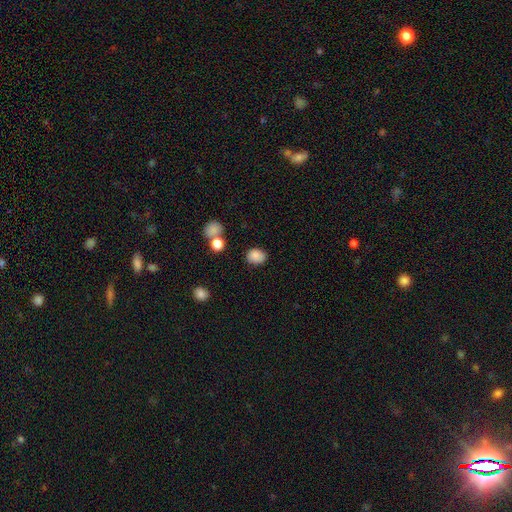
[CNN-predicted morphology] Smooth or featured? smooth (85%)
How rounded? round (50%)
Merging? none (79%)